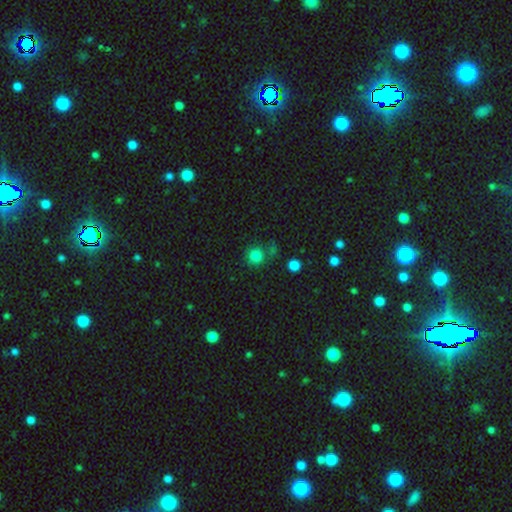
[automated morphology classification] Smooth or featured? smooth (81%)
How rounded? round (90%)
Merging? none (71%)